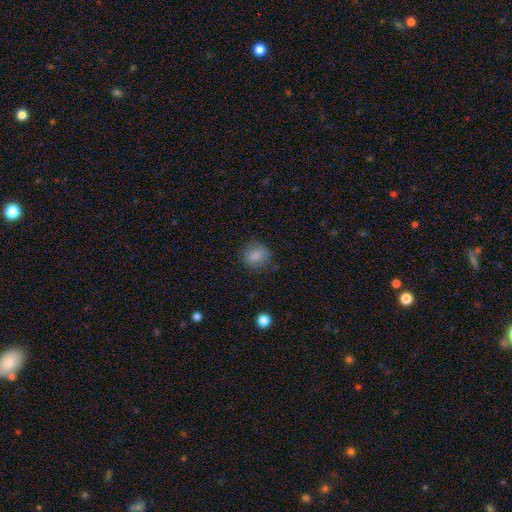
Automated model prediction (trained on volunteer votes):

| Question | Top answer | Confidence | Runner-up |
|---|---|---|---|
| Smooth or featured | smooth | 84% | star or artifact (10%) |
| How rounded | round | 76% | in between (23%) |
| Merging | none | 80% | minor disturbance (14%) |